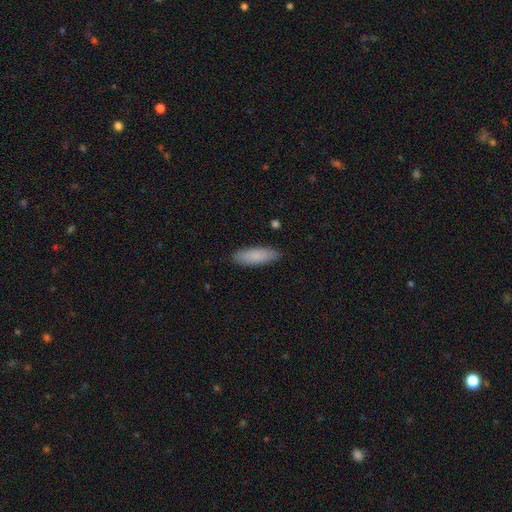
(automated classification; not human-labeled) A smooth galaxy with no disk features (86%) that is in between round and cigar-shaped (52%).

Vote fractions:
- Smooth or featured? smooth: 86% / featured or disk: 9% / star or artifact: 6%
- How rounded? in between: 52% / cigar-shaped: 47% / round: 2%
- Merging? none: 88% / minor disturbance: 9% / major disturbance: 2% / merger: 1%